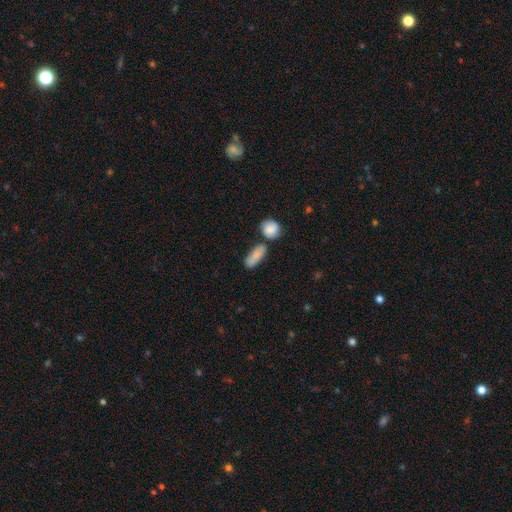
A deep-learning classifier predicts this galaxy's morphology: The model was most divided on "merging": none: 56%, merger: 21%, minor disturbance: 18%, major disturbance: 5%. More confident: smooth or featured — smooth (82%); how rounded — in between (70%).